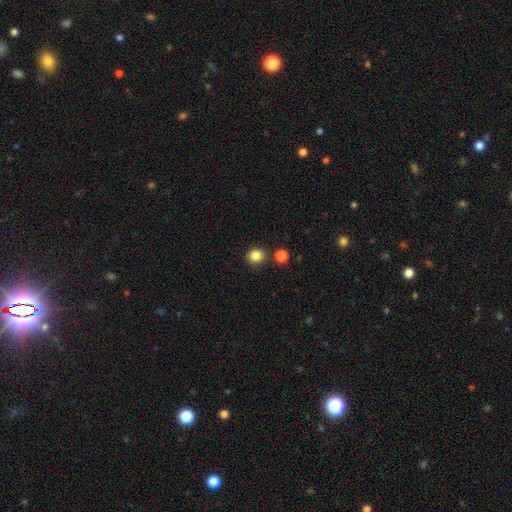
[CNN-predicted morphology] type=smooth (84%); roundness=round (89%); merging=none (86%).